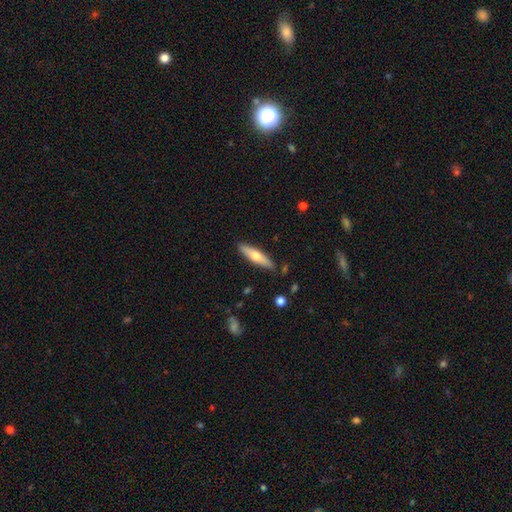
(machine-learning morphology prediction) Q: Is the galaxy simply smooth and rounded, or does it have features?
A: smooth — 56%.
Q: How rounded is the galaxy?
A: cigar-shaped — 77%.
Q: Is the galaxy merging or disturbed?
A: none — 87%.